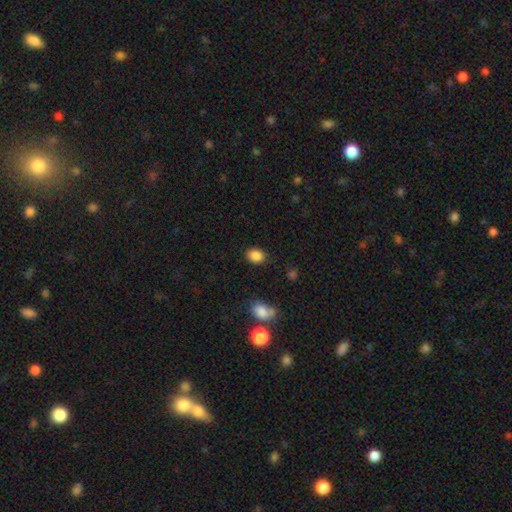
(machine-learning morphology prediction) Q: Smooth or featured?
A: smooth (87%); runner-up: star or artifact (10%)
Q: How rounded?
A: in between (56%); runner-up: round (43%)
Q: Merging?
A: none (84%); runner-up: minor disturbance (11%)